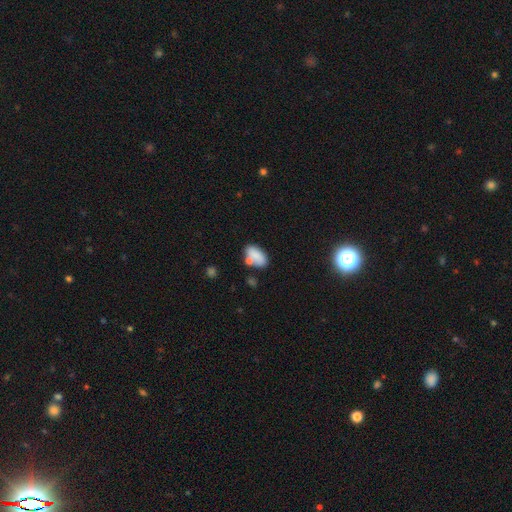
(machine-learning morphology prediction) Overall: smooth (80%). How rounded: in between (92%). Merging: none (52%; merger 25%).